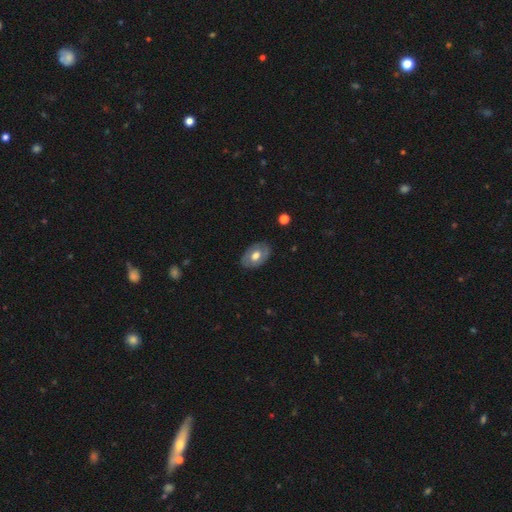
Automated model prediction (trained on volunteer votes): Smooth or featured: smooth — 47% (featured or disk — 46%)
Merging: none — 81% (minor disturbance — 15%)